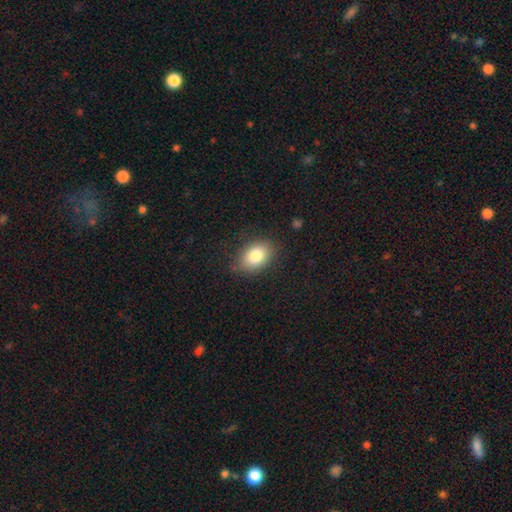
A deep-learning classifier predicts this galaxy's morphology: Smooth or featured?
  - smooth: 82% *
  - featured or disk: 10%
  - star or artifact: 8%
How rounded?
  - in between: 81% *
  - round: 17%
  - cigar-shaped: 1%
Merging?
  - none: 80% *
  - minor disturbance: 15%
  - major disturbance: 4%
  - merger: 1%